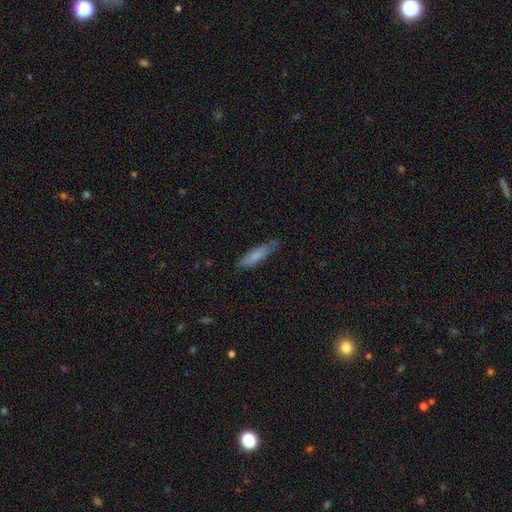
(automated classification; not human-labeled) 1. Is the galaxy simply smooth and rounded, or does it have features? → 73% smooth, 21% featured or disk, 6% star or artifact.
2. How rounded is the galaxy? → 71% cigar-shaped, 27% in between, 2% round.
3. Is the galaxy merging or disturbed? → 72% none, 22% minor disturbance, 4% major disturbance, 2% merger.